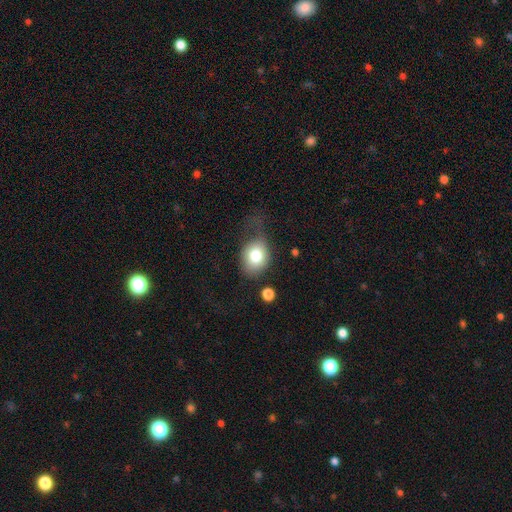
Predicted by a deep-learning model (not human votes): This is likely a smooth galaxy (77%). How rounded: possibly in between (53%). Merging: marginally none (44%).